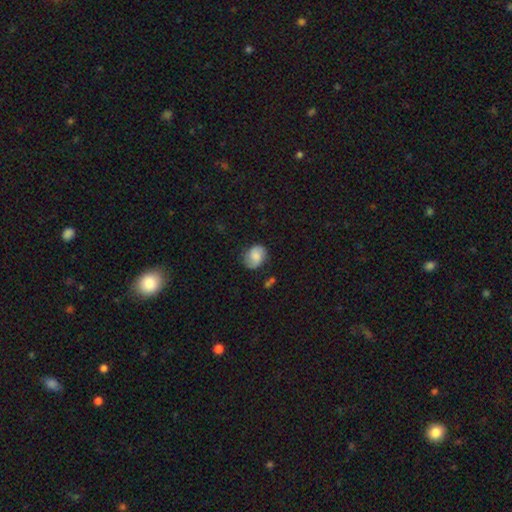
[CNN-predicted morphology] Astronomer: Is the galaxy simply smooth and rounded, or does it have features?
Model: smooth — 59%.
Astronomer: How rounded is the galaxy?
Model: round — 53% (runner-up: in between, 46%).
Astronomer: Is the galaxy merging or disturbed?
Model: none — 71%.